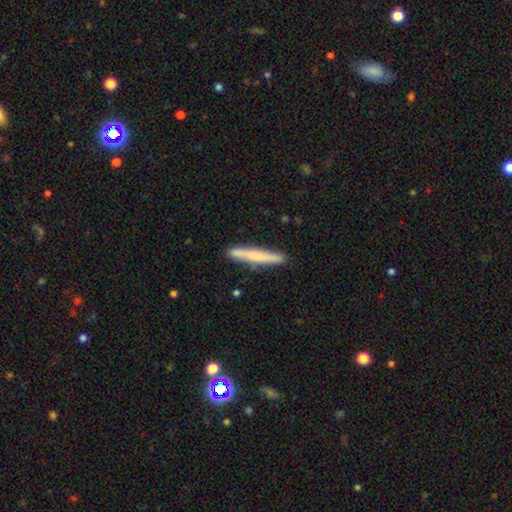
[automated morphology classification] smooth_or_featured: smooth (p=0.65) [alt: featured or disk p=0.30]
how_rounded: cigar-shaped (p=0.96) [alt: in between p=0.03]
merging: none (p=0.89) [alt: minor disturbance p=0.08]